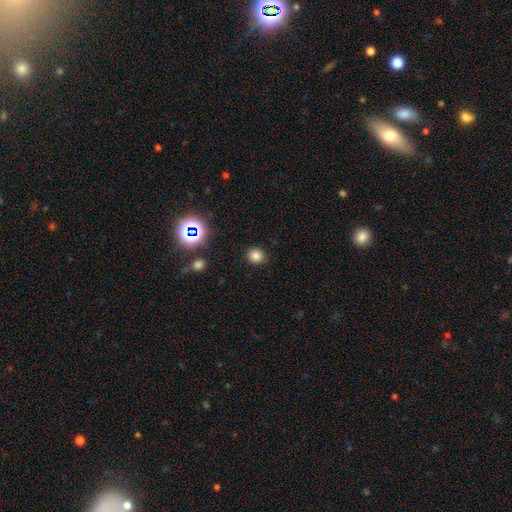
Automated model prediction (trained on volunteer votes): A smooth galaxy with no disk features (79%) that is round (84%). Merging: none (89%).